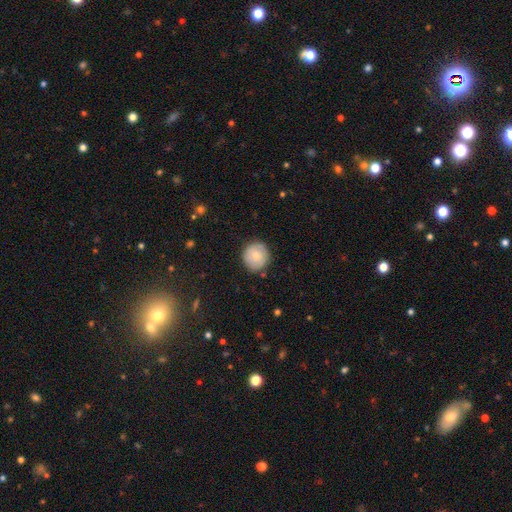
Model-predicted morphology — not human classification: A smooth galaxy with no disk features (74%) that is round (91%). Merging: none (84%).